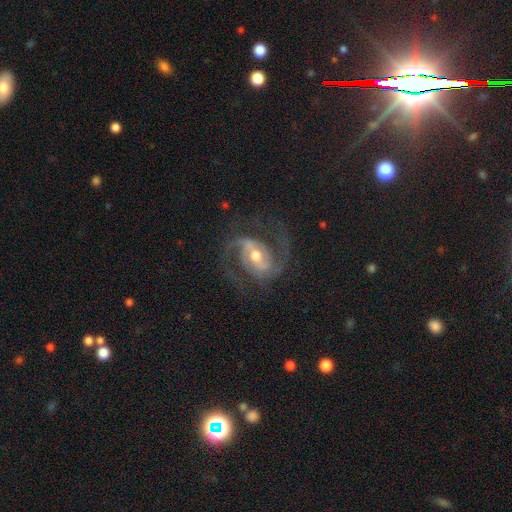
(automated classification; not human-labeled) Q: Smooth or featured?
A: featured or disk (90%); runner-up: star or artifact (5%)
Q: Edge-on disk?
A: no (97%); runner-up: yes (3%)
Q: Bar?
A: weak (42%); runner-up: strong (37%)
Q: Spiral arms?
A: yes (97%); runner-up: no (3%)
Q: Spiral winding?
A: medium (59%); runner-up: tight (22%)
Q: Spiral arm count?
A: 2 (85%); runner-up: 3 (7%)
Q: Bulge size?
A: moderate (68%); runner-up: small (23%)
Q: Merging?
A: none (74%); runner-up: minor disturbance (14%)